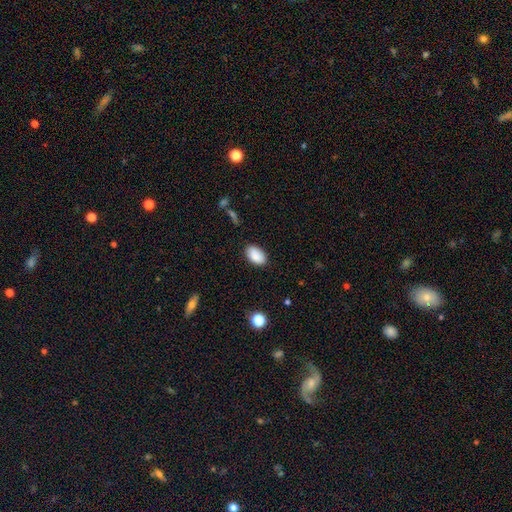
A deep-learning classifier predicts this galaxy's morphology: smooth_or_featured: smooth (p=0.88) [alt: star or artifact p=0.07]
how_rounded: in between (p=0.94) [alt: round p=0.05]
merging: none (p=0.85) [alt: minor disturbance p=0.11]